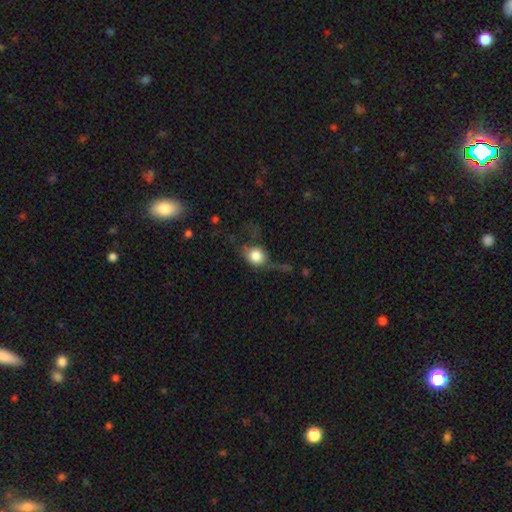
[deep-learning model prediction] A smooth galaxy with no disk features (67%) that is round (66%).

Vote fractions:
- Smooth or featured? smooth: 67% / featured or disk: 25% / star or artifact: 9%
- How rounded? round: 66% / in between: 30% / cigar-shaped: 3%
- Merging? none: 40% / major disturbance: 32% / minor disturbance: 24% / merger: 4%